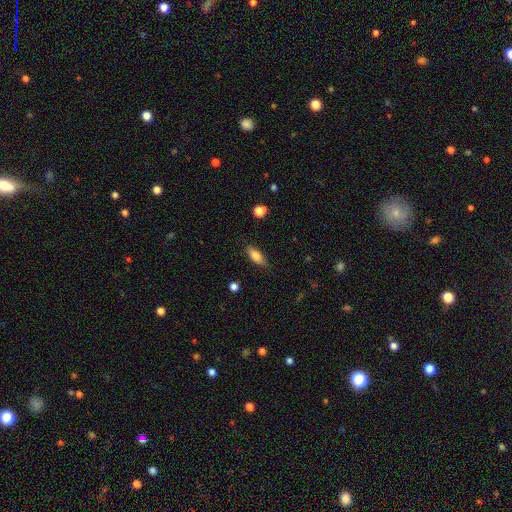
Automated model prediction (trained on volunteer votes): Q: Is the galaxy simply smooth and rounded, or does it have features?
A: smooth — 80%.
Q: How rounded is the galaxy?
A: in between — 75%.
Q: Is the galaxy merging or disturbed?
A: none — 81%.